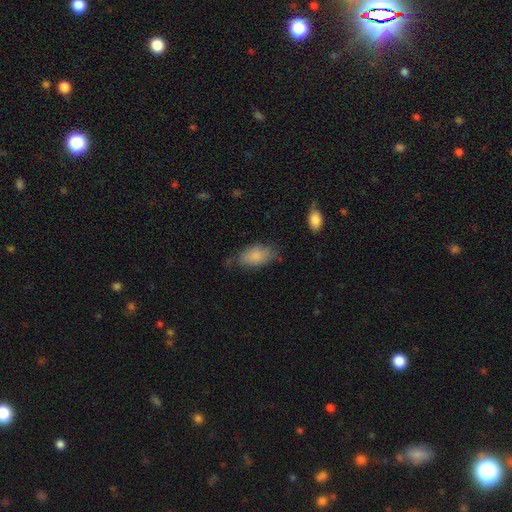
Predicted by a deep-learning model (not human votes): A smooth galaxy with no disk features (84%) that is in between round and cigar-shaped (93%).

Vote fractions:
- Smooth or featured? smooth: 84% / featured or disk: 10% / star or artifact: 7%
- How rounded? in between: 93% / cigar-shaped: 4% / round: 4%
- Merging? none: 63% / minor disturbance: 27% / major disturbance: 7% / merger: 3%